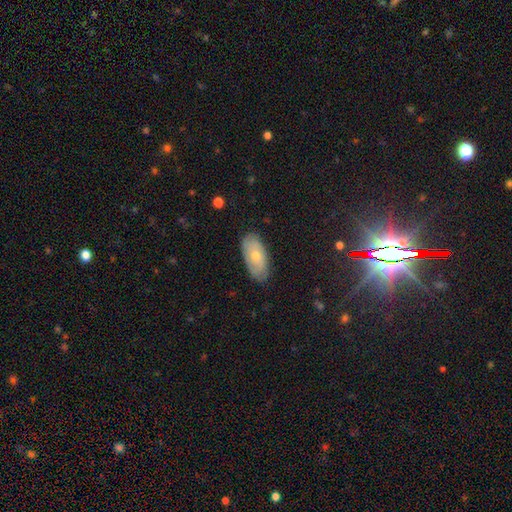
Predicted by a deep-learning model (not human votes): smooth 51%, featured or disk 42%, star or artifact 7%. Down the decision tree: how rounded — in between (92%); merging — none (80%).